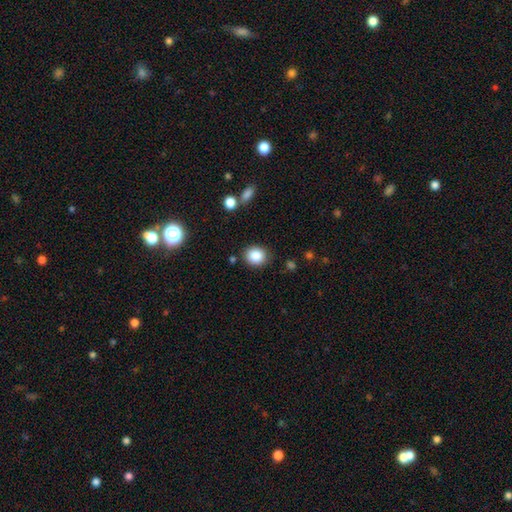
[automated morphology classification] A smooth galaxy with no disk features (86%) that is round (70%). Merging: none (84%).